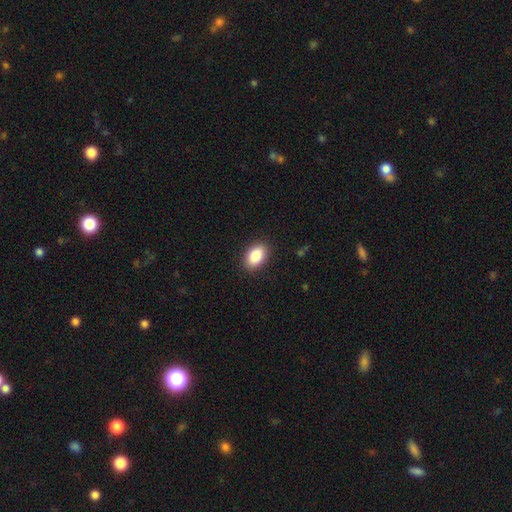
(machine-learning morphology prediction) Smooth or featured? smooth (87%)
How rounded? in between (88%)
Merging? none (89%)